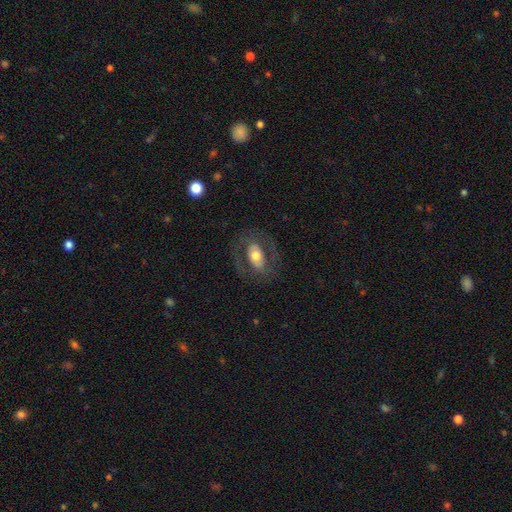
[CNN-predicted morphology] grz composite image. It shows a featured or disk galaxy (51%). Merging: none (72%).